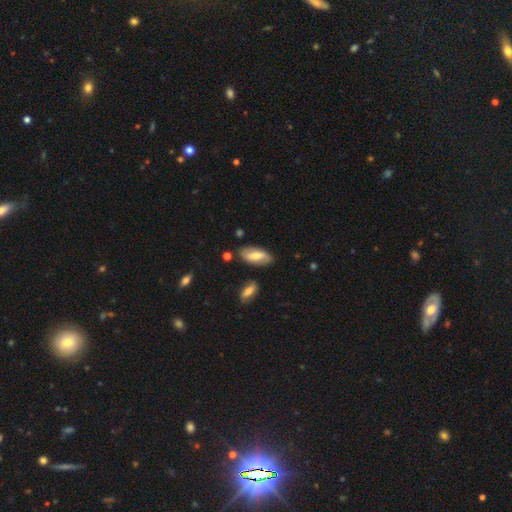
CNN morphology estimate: The model was most divided on "smooth or featured": smooth: 61%, featured or disk: 32%, star or artifact: 7%. More confident: how rounded — in between (87%); merging — none (79%).